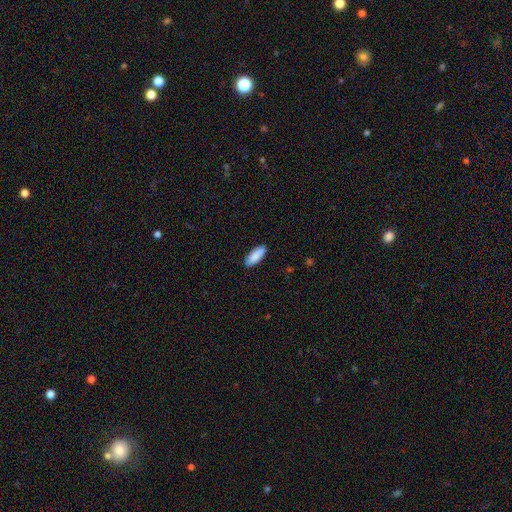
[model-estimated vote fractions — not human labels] A smooth galaxy with no disk features (87%) that is in between round and cigar-shaped (74%). Merging: none (87%).